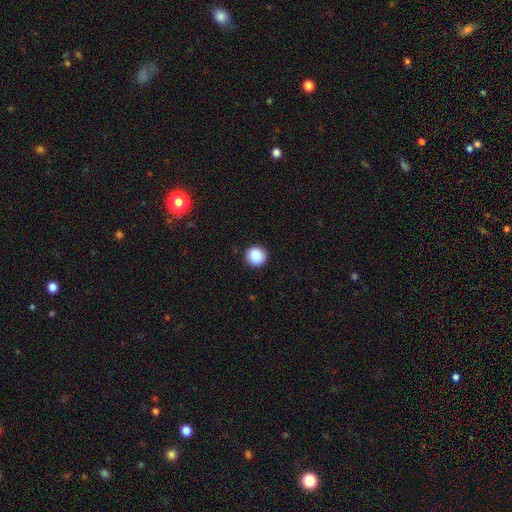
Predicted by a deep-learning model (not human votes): Smooth or featured?
  - smooth: 88% *
  - star or artifact: 9%
  - featured or disk: 3%
How rounded?
  - round: 93% *
  - in between: 6%
  - cigar-shaped: 1%
Merging?
  - none: 92% *
  - minor disturbance: 5%
  - major disturbance: 2%
  - merger: 1%